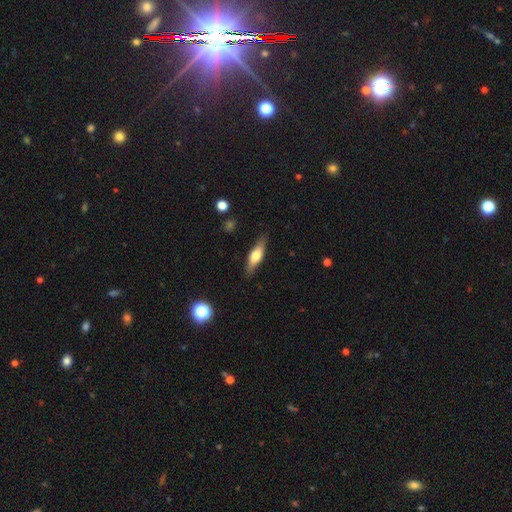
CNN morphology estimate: Smooth or featured? Predicted: smooth (p=0.55). How rounded? Predicted: cigar-shaped (p=0.56). Merging? Predicted: none (p=0.84).